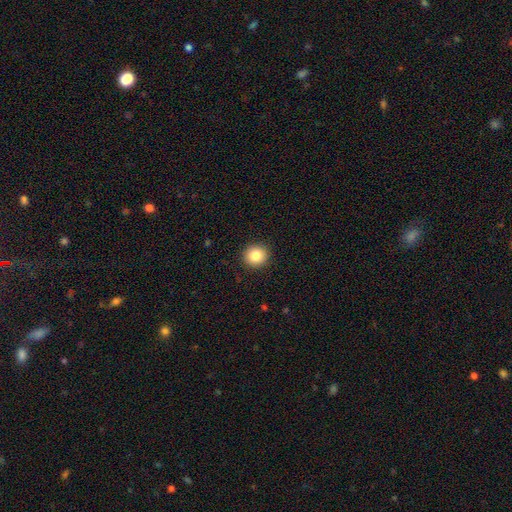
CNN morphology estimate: Q: Smooth or featured?
A: smooth (85%); runner-up: star or artifact (10%)
Q: How rounded?
A: round (91%); runner-up: in between (8%)
Q: Merging?
A: none (92%); runner-up: minor disturbance (5%)